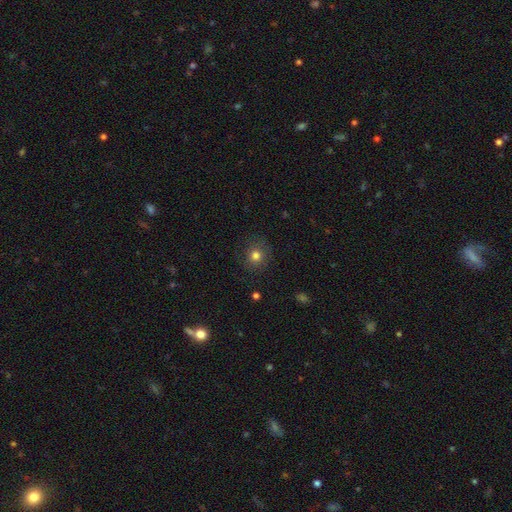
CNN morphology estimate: Q: Smooth or featured?
A: smooth (79%); runner-up: star or artifact (14%)
Q: How rounded?
A: round (88%); runner-up: in between (11%)
Q: Merging?
A: none (85%); runner-up: minor disturbance (10%)